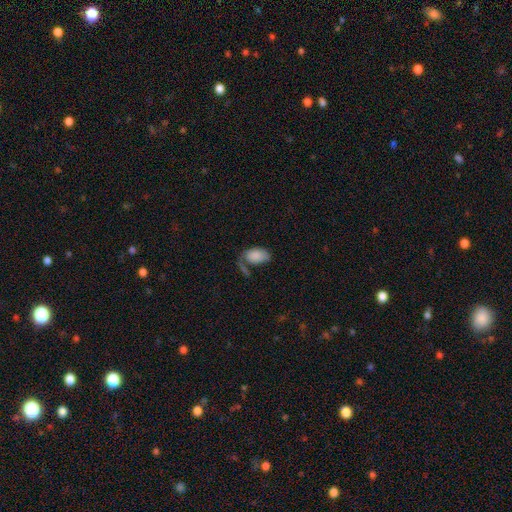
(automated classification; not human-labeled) Smooth or featured: smooth — 78% (featured or disk — 14%)
How rounded: in between — 92% (round — 7%)
Merging: none — 40% (major disturbance — 22%)